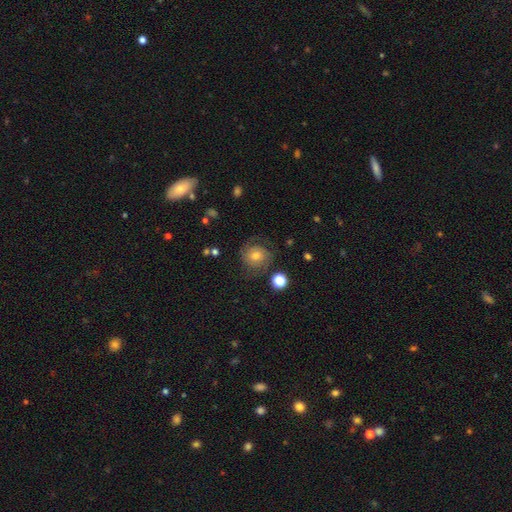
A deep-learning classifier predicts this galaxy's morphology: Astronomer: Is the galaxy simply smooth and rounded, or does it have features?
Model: featured or disk — 59%.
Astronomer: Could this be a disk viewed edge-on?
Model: no — 98%.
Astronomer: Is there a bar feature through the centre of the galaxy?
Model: no — 77%.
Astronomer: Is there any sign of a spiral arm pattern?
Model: yes — 90%.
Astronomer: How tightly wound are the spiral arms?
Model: tight — 50% (runner-up: medium, 35%).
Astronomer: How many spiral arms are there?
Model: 2 — 71%.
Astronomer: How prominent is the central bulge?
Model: moderate — 61%.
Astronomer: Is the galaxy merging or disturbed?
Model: none — 74%.